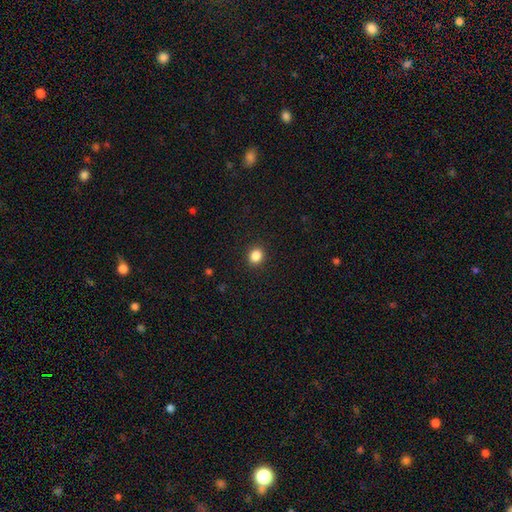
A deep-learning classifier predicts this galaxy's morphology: smooth 86%, star or artifact 10%, featured or disk 3%. Down the decision tree: how rounded — round (71%); merging — none (91%).